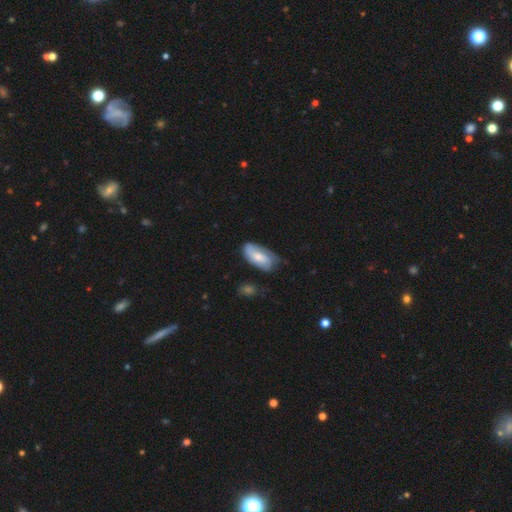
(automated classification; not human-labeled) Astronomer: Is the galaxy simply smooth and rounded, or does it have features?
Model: smooth — 54% (runner-up: featured or disk, 39%).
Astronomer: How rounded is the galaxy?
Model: in between — 91%.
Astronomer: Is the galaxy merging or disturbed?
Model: none — 55% (runner-up: minor disturbance, 32%).